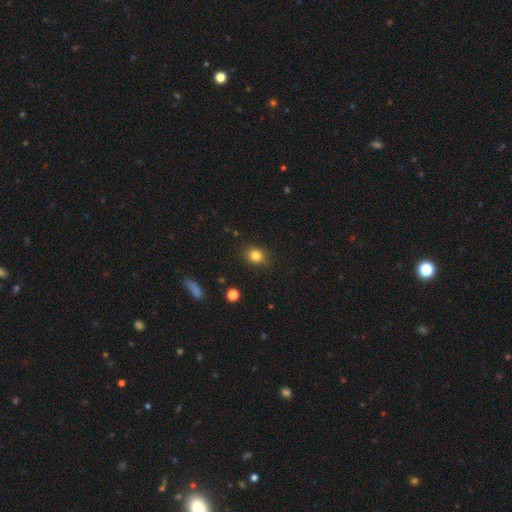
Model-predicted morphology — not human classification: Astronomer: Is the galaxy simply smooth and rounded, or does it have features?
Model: smooth — 83%.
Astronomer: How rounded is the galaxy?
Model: round — 61% (runner-up: in between, 38%).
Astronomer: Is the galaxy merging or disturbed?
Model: none — 87%.